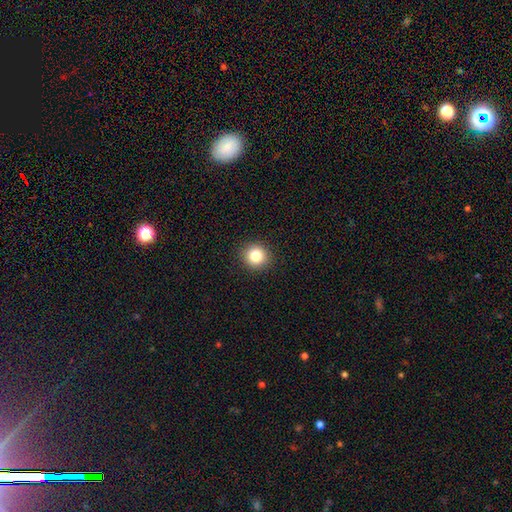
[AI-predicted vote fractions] Morphology: type=smooth (83%); roundness=round (90%); merging=none (92%).